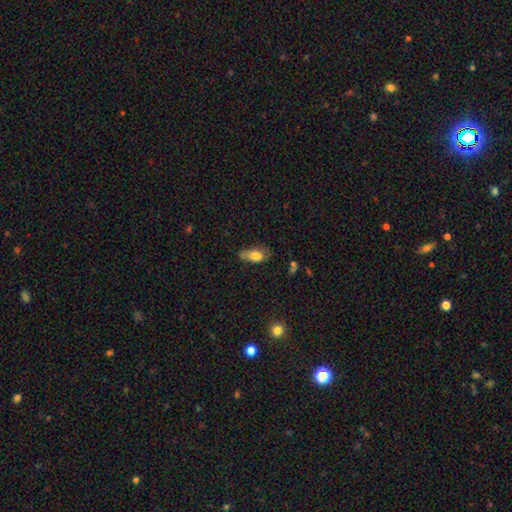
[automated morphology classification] Smooth or featured?
  - smooth: 76% *
  - featured or disk: 15%
  - star or artifact: 9%
How rounded?
  - in between: 86% *
  - cigar-shaped: 9%
  - round: 5%
Merging?
  - none: 45% *
  - minor disturbance: 37%
  - major disturbance: 14%
  - merger: 4%